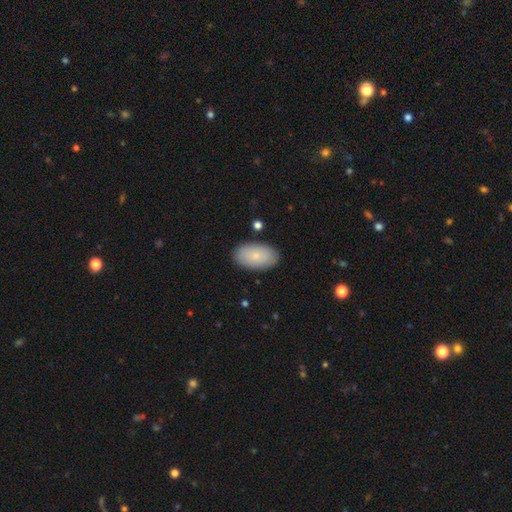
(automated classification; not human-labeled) Smooth or featured: smooth — 80% (featured or disk — 13%)
How rounded: in between — 95% (round — 4%)
Merging: none — 88% (minor disturbance — 9%)